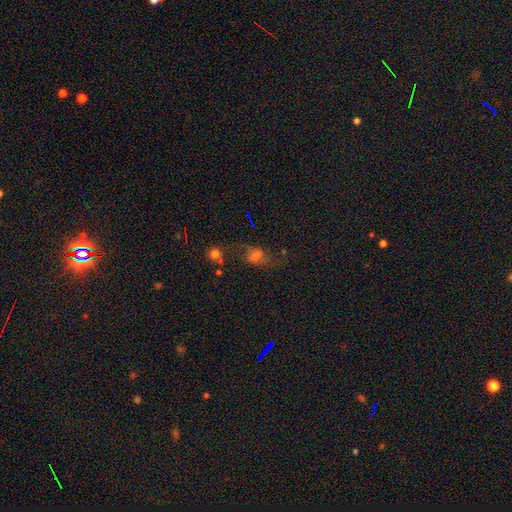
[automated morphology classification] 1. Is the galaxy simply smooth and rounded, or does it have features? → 38% smooth (tied), 38% featured or disk (tied), 24% star or artifact.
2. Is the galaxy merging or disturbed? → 48% none, 21% major disturbance, 20% minor disturbance, 11% merger.